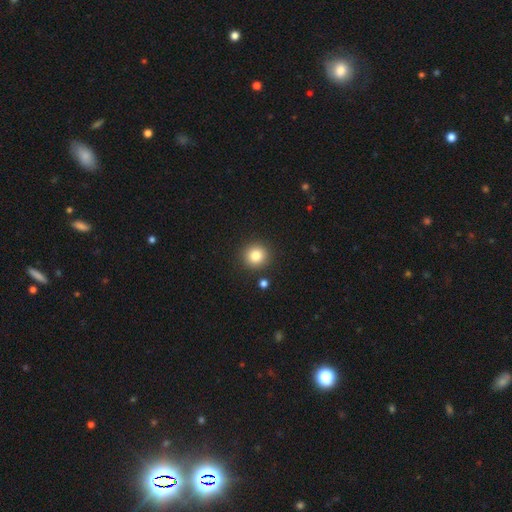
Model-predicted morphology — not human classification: This is clearly a smooth galaxy (83%). How rounded: clearly round (93%). Merging: clearly none (90%).